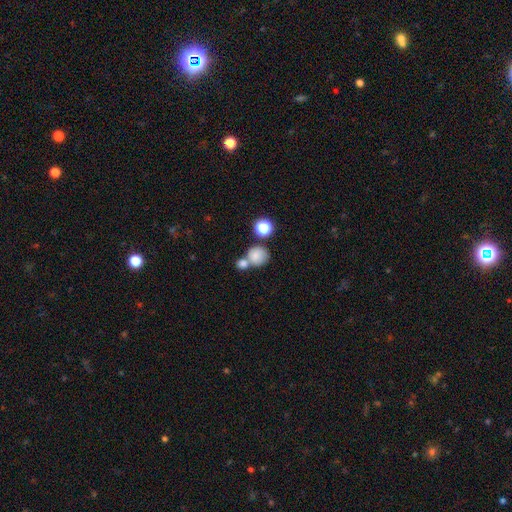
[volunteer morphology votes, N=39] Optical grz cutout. It shows a smooth galaxy with no disk features (79%) that is round (84%). Merging: merger (51%).